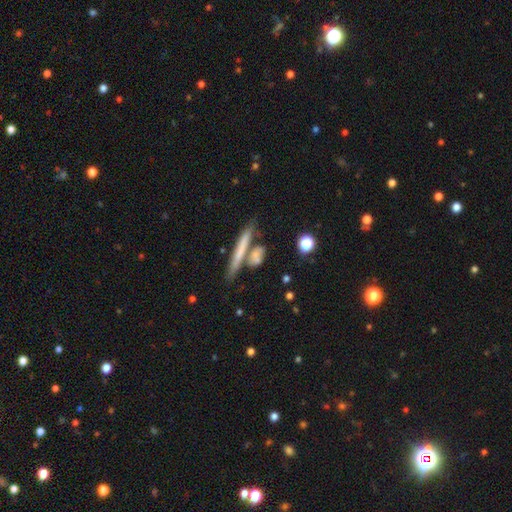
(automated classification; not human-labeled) smooth_or_featured: smooth (p=0.63) [alt: featured or disk p=0.29]
how_rounded: cigar-shaped (p=0.67) [alt: in between p=0.21]
merging: none (p=0.58) [alt: merger p=0.25]